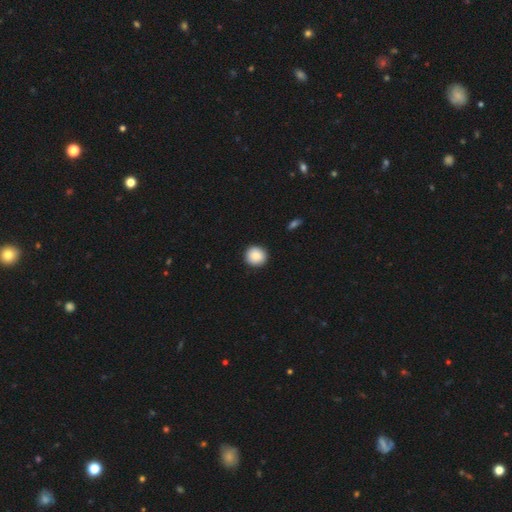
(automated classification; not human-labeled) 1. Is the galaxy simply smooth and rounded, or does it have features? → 88% smooth, 8% star or artifact, 5% featured or disk.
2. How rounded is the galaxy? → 92% round, 7% in between, 1% cigar-shaped.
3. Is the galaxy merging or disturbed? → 91% none, 6% minor disturbance, 2% major disturbance, 1% merger.